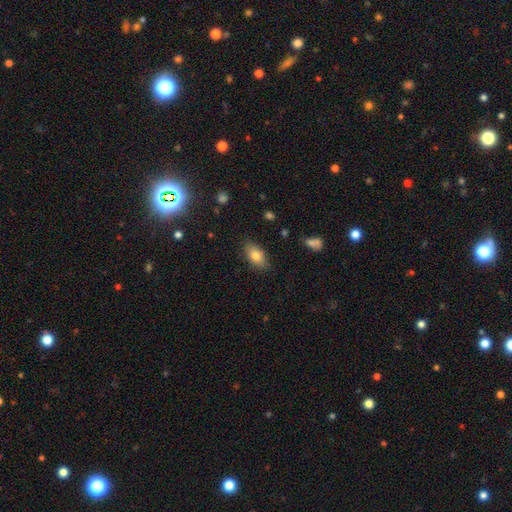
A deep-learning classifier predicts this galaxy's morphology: Smooth or featured? smooth (78%)
How rounded? in between (88%)
Merging? none (84%)